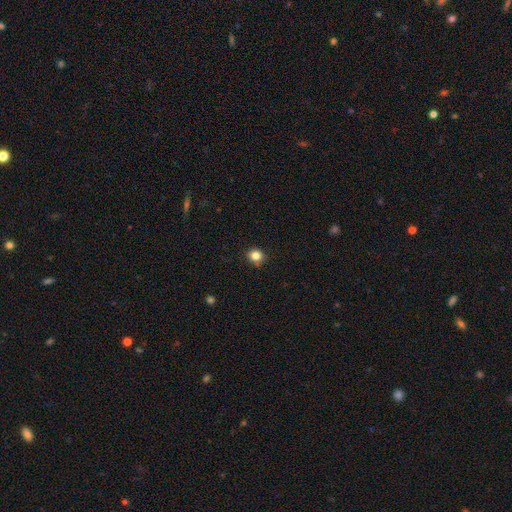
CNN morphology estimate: smooth 84%, star or artifact 12%, featured or disk 5%. Down the decision tree: how rounded — round (78%); merging — none (87%).